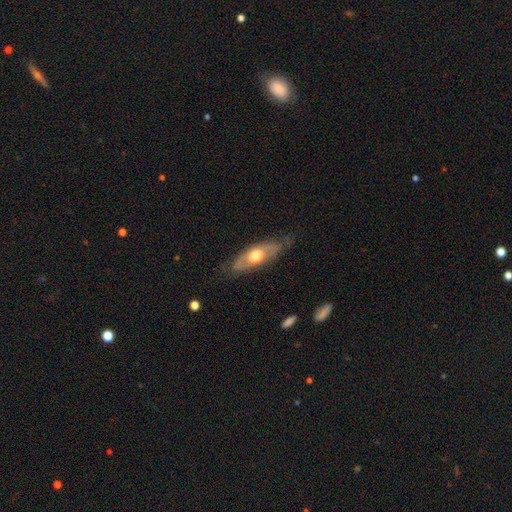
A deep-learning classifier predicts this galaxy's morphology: Overall: featured or disk (55%; smooth 40%). Edge-on disk: no (66%; yes 34%). Merging: none (71%).